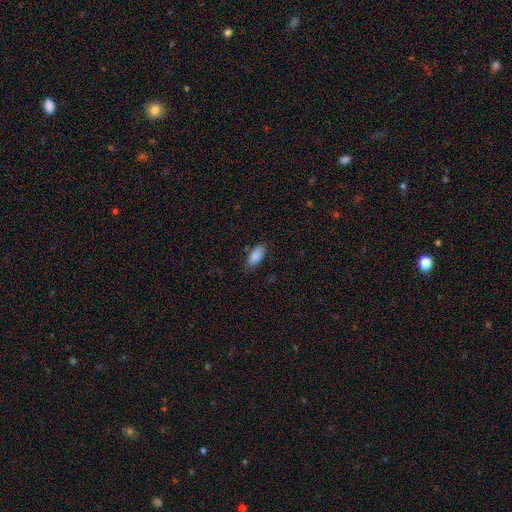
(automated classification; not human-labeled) Smooth or featured? Predicted: smooth (p=0.88). How rounded? Predicted: in between (p=0.91). Merging? Predicted: none (p=0.79).